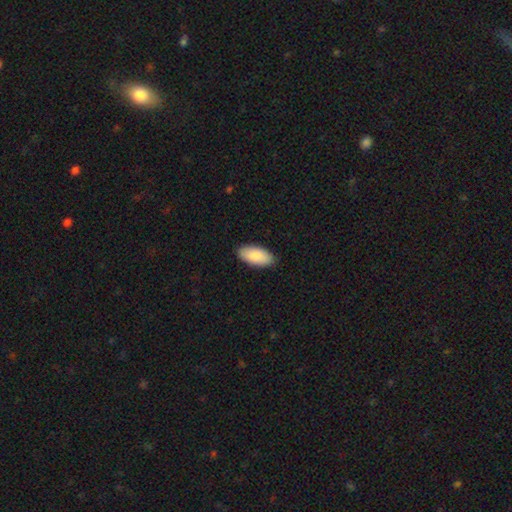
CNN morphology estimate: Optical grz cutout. It shows a smooth galaxy with no disk features (88%) that is in between round and cigar-shaped (93%). Merging: none (89%).